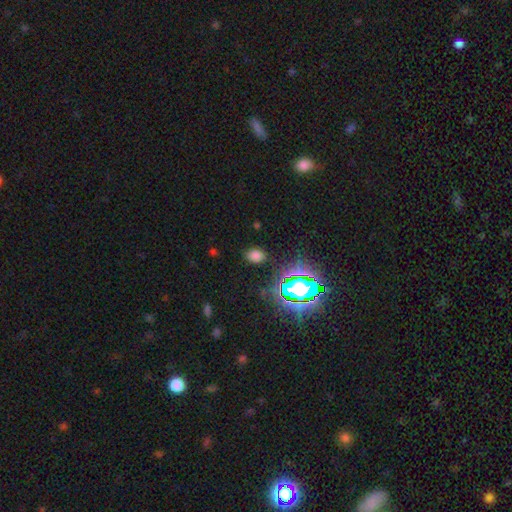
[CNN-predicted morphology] Smooth or featured? smooth (65%)
How rounded? in between (67%)
Merging? none (84%)